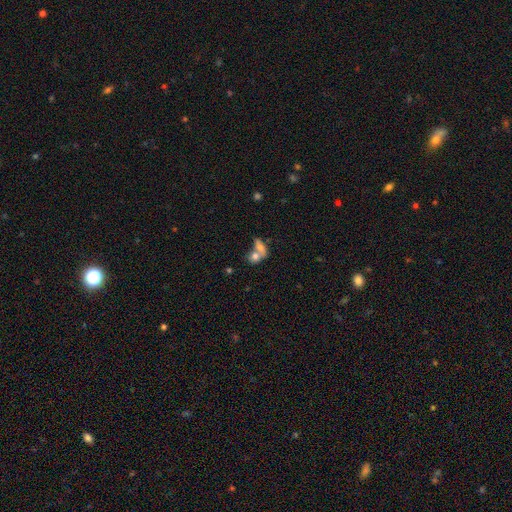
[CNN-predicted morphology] Smooth or featured: smooth — 70% (featured or disk — 20%)
How rounded: in between — 63% (round — 31%)
Merging: merger — 64% (none — 22%)